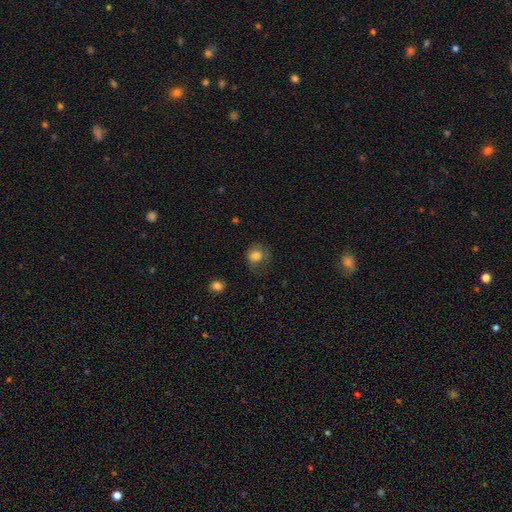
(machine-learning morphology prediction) A smooth galaxy with no disk features (80%) that is round (74%). Merging: none (58%).